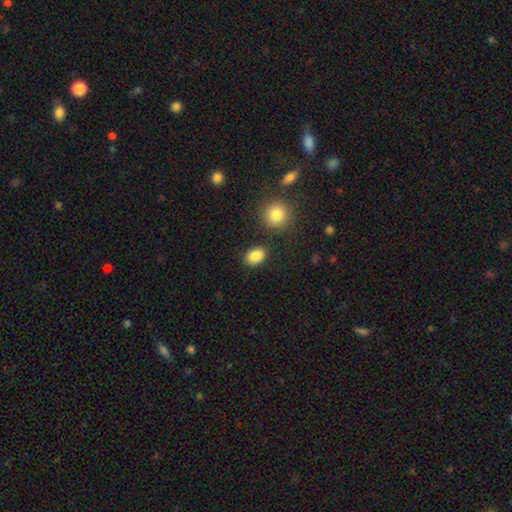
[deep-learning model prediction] smooth 87%, star or artifact 8%, featured or disk 4%. Down the decision tree: how rounded — in between (75%); merging — none (83%).